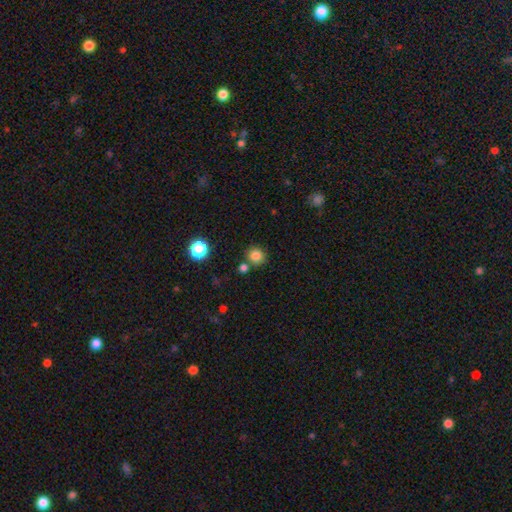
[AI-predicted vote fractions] A smooth galaxy with no disk features (82%) that is round (90%).

Vote fractions:
- Smooth or featured? smooth: 82% / star or artifact: 13% / featured or disk: 5%
- How rounded? round: 90% / in between: 9% / cigar-shaped: 1%
- Merging? none: 77% / merger: 12% / minor disturbance: 9% / major disturbance: 3%